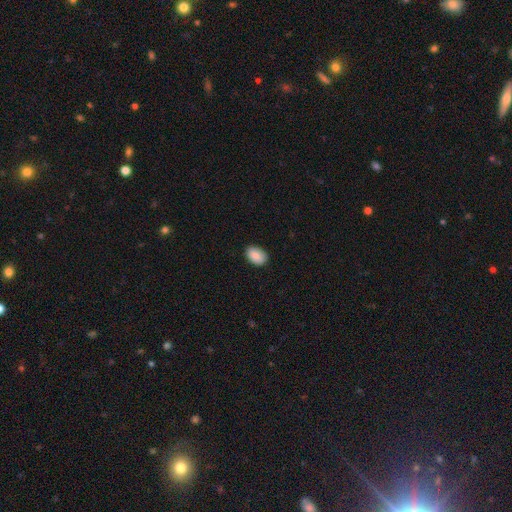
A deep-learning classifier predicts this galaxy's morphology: A smooth galaxy with no disk features (88%) that is in between round and cigar-shaped (87%). Merging: none (87%).